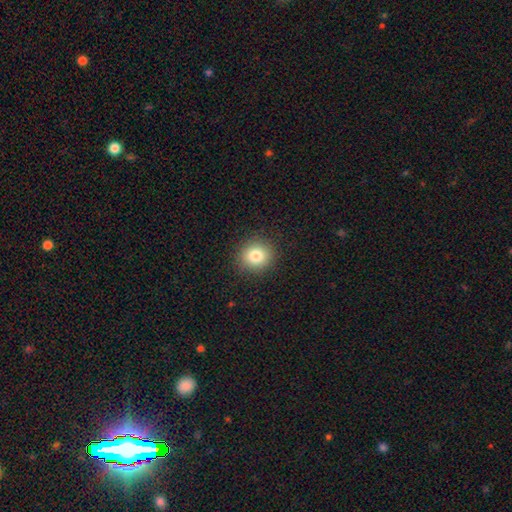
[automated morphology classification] smooth 82%, star or artifact 11%, featured or disk 7%. Down the decision tree: how rounded — round (86%); merging — none (90%).